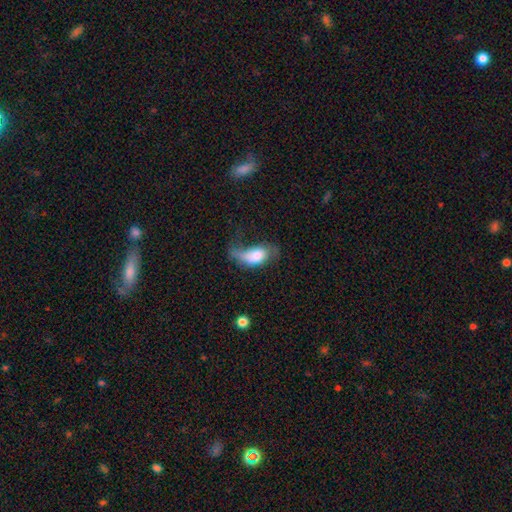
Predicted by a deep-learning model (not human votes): This is likely a smooth galaxy (64%). How rounded: clearly in between (87%). Merging: possibly major disturbance (51%).